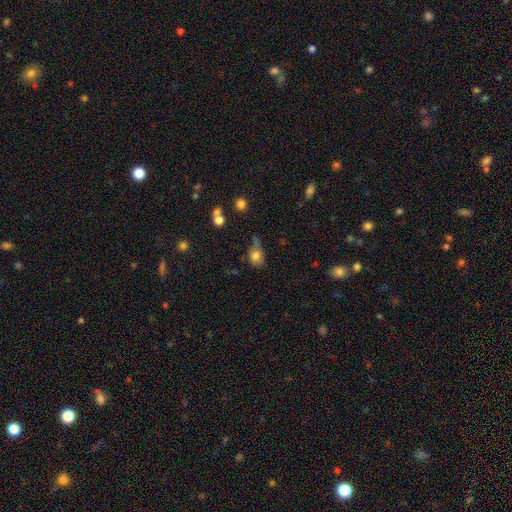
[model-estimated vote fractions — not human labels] Q: Smooth or featured?
A: smooth (72%); runner-up: featured or disk (17%)
Q: How rounded?
A: in between (58%); runner-up: round (40%)
Q: Merging?
A: minor disturbance (36%); runner-up: none (32%)